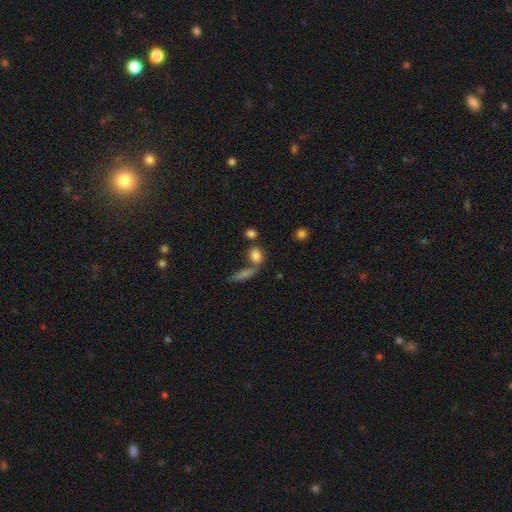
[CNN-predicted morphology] This is clearly a smooth galaxy (82%). How rounded: possibly in between (53%). Merging: likely none (61%).